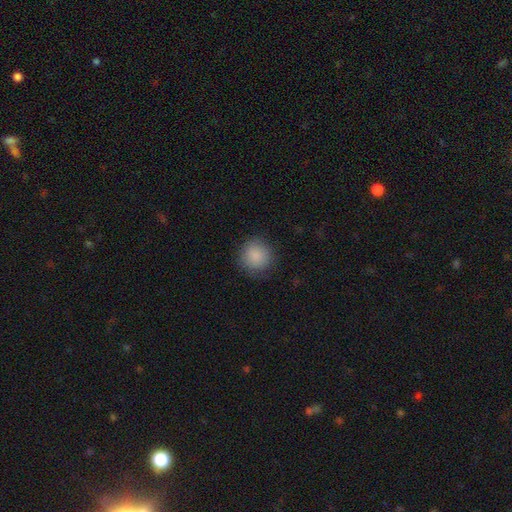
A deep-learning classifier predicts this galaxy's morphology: smooth-or-featured: smooth: 88% | star or artifact: 7% | featured or disk: 4%
  how-rounded: round: 92% | in between: 8% | cigar-shaped: 1%
  merging: none: 85% | minor disturbance: 11% | major disturbance: 3% | merger: 1%